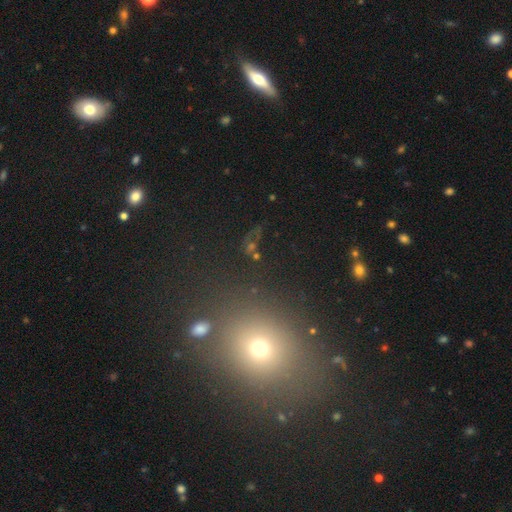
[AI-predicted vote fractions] Smooth or featured: star or artifact — 44% (smooth — 41%)